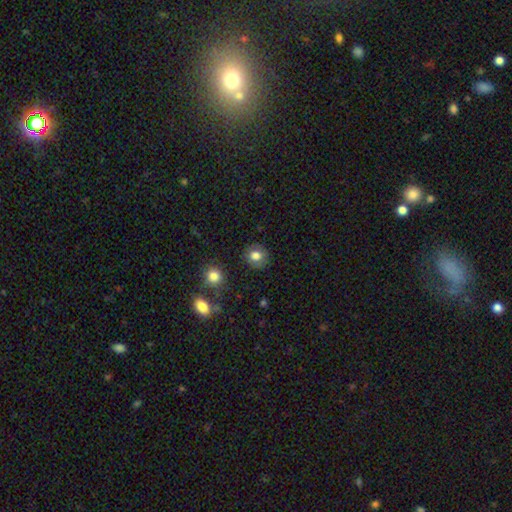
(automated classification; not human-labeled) Q: Smooth or featured?
A: smooth (79%); runner-up: featured or disk (12%)
Q: How rounded?
A: round (78%); runner-up: in between (21%)
Q: Merging?
A: none (85%); runner-up: minor disturbance (10%)